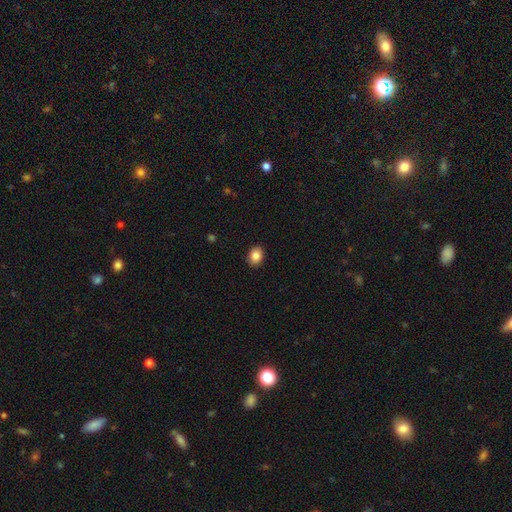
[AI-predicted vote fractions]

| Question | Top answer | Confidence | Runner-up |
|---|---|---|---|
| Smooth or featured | smooth | 86% | star or artifact (9%) |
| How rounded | in between | 62% | round (37%) |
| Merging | none | 90% | minor disturbance (7%) |